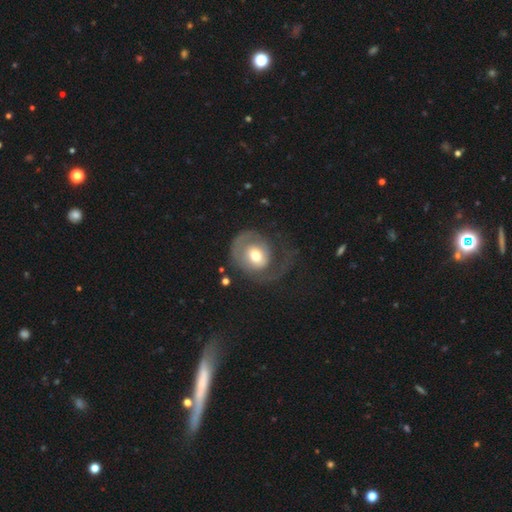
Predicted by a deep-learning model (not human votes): A featured or disk galaxy (55%) with no bar (74%), spiral arms (65%) and a moderate central bulge (64%). Merging: major disturbance (41%).